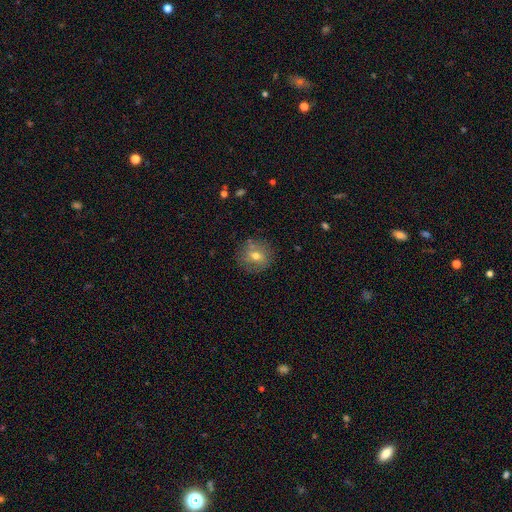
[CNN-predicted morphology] smooth-or-featured: smooth: 64% | featured or disk: 24% | star or artifact: 11%
  how-rounded: round: 85% | in between: 13% | cigar-shaped: 1%
  merging: none: 82% | minor disturbance: 12% | major disturbance: 3% | merger: 3%